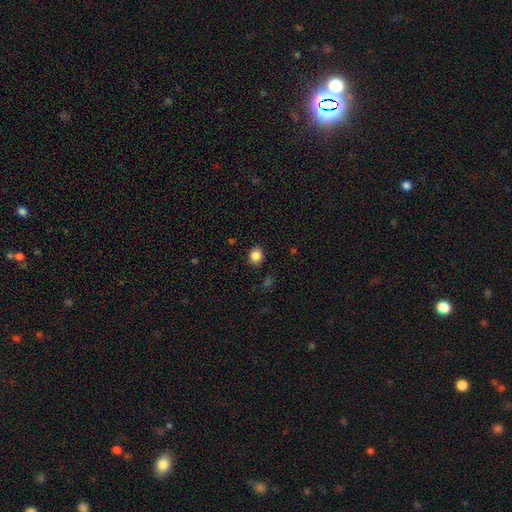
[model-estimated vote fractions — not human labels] smooth_or_featured: smooth (p=0.85) [alt: star or artifact p=0.11]
how_rounded: round (p=0.75) [alt: in between p=0.25]
merging: none (p=0.89) [alt: minor disturbance p=0.08]